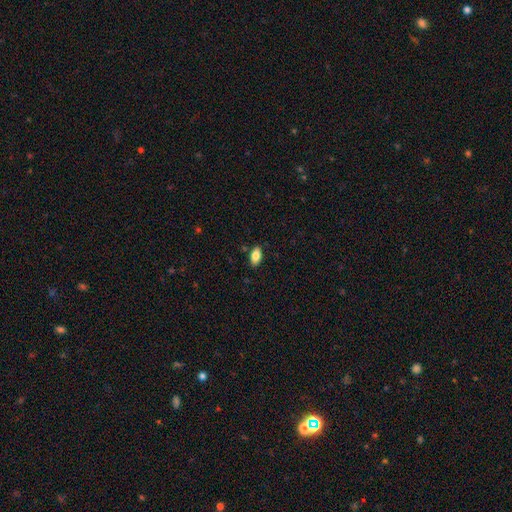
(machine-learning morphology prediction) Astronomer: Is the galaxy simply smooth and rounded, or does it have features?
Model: smooth — 83%.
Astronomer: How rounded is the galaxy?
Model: in between — 92%.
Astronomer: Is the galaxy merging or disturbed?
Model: none — 86%.